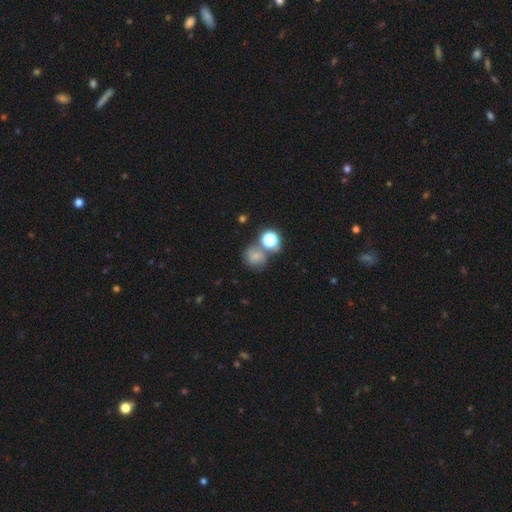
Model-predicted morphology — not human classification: Smooth or featured?
  - smooth: 54% *
  - featured or disk: 27%
  - star or artifact: 20%
How rounded?
  - round: 78% *
  - in between: 21%
  - cigar-shaped: 1%
Merging?
  - none: 51% *
  - merger: 23%
  - minor disturbance: 17%
  - major disturbance: 9%